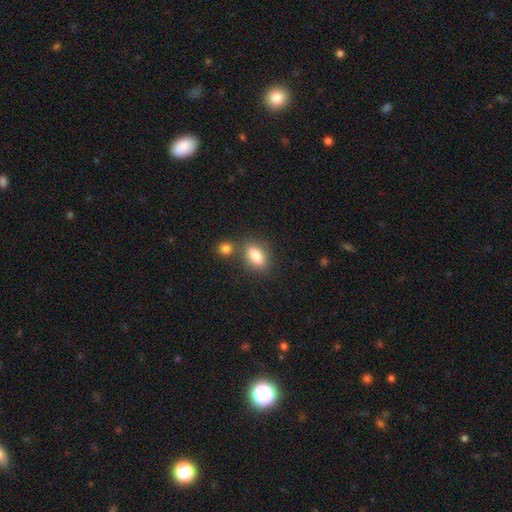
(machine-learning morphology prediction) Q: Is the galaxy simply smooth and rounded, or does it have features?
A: smooth — 83%.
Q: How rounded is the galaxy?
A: in between — 83%.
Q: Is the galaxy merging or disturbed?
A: none — 66%.